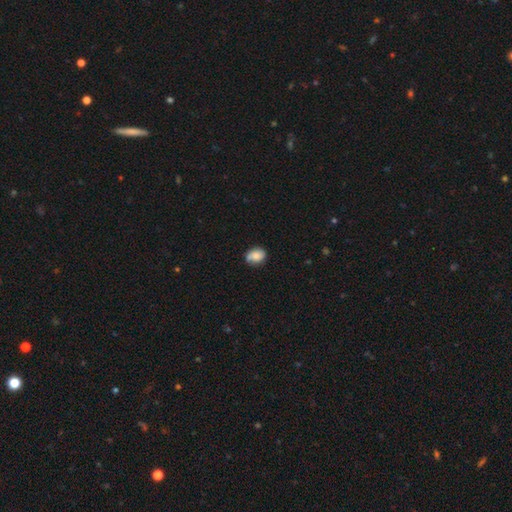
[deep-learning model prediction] Overall: smooth (76%). How rounded: in between (63%; round 36%). Merging: none (69%).